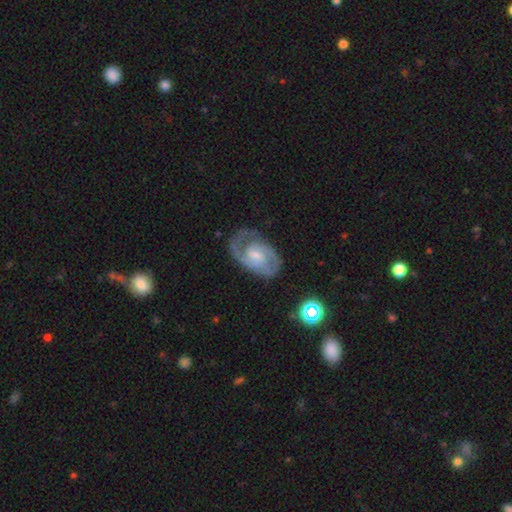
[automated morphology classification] type=featured or disk (85%); edge-on=no (97%); bar=weak (48%); spiral arms=yes (95%); winding=medium (45%, tied with tight); arm count=2 (78%); bulge=small (46%); merging=none (72%).